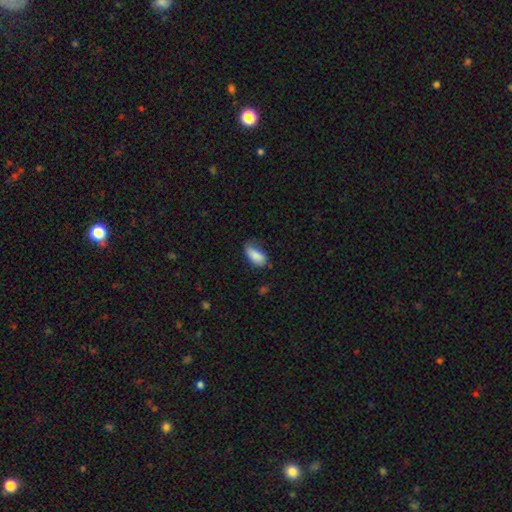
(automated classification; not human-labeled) Smooth or featured: smooth — 86% (star or artifact — 7%)
How rounded: in between — 90% (cigar-shaped — 7%)
Merging: none — 52% (minor disturbance — 37%)